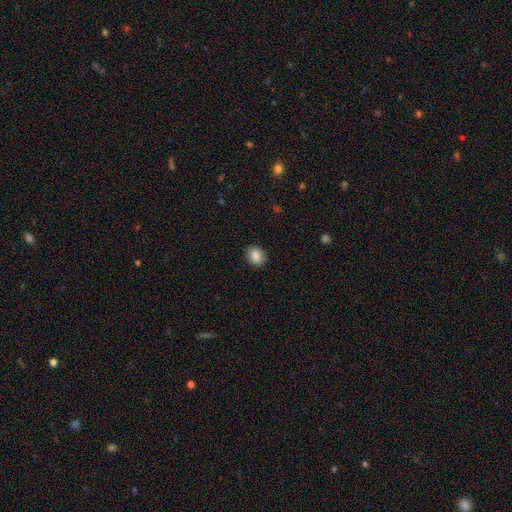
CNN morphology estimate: type=smooth (87%); roundness=round (50%); merging=none (89%).